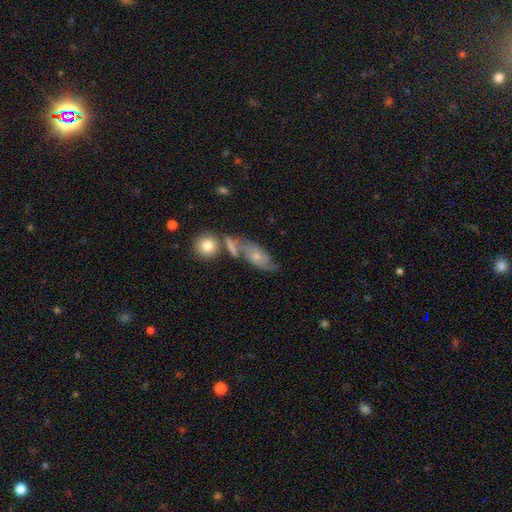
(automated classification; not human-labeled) A featured or disk galaxy (58%) with no bar (78%), spiral arms (76%) and a small central bulge (59%). Merging: none (47%).